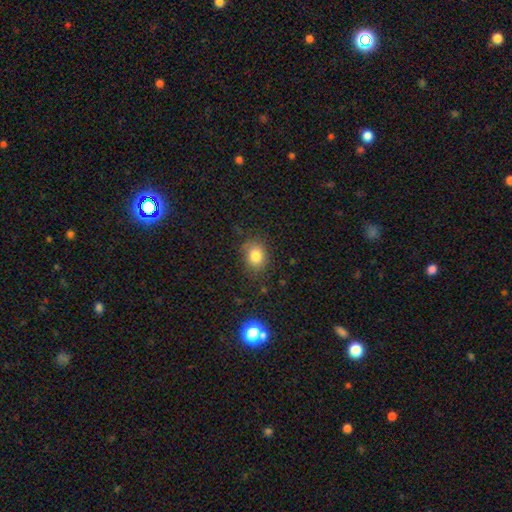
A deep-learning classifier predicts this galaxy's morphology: Smooth or featured?
  - smooth: 80% *
  - star or artifact: 12%
  - featured or disk: 8%
How rounded?
  - round: 56% *
  - in between: 43%
  - cigar-shaped: 1%
Merging?
  - none: 78% *
  - minor disturbance: 16%
  - major disturbance: 4%
  - merger: 2%